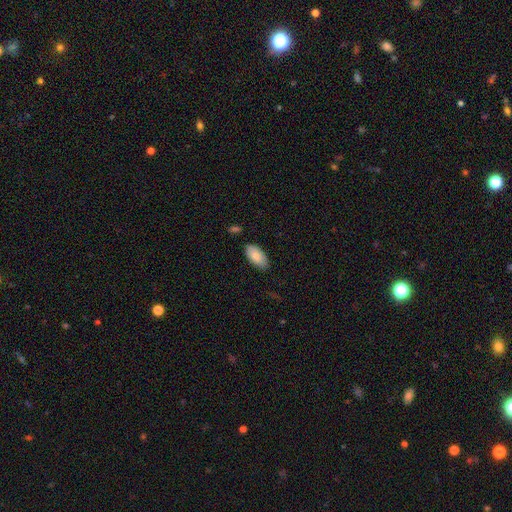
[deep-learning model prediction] Smooth or featured?
  - smooth: 84% *
  - featured or disk: 10%
  - star or artifact: 6%
How rounded?
  - in between: 95% *
  - cigar-shaped: 3%
  - round: 2%
Merging?
  - none: 83% *
  - minor disturbance: 13%
  - major disturbance: 2%
  - merger: 2%